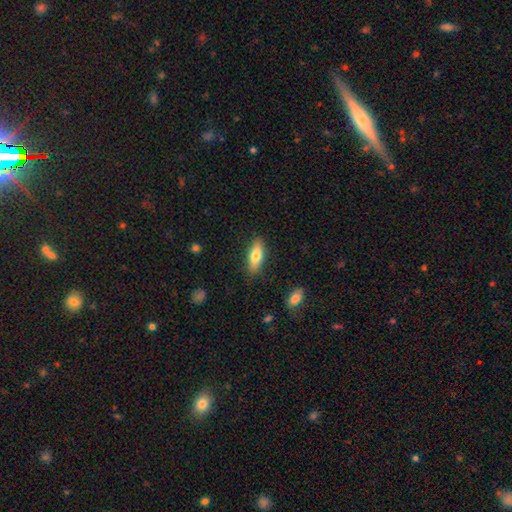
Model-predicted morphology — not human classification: type=smooth (70%); roundness=in between (59%); merging=none (87%).